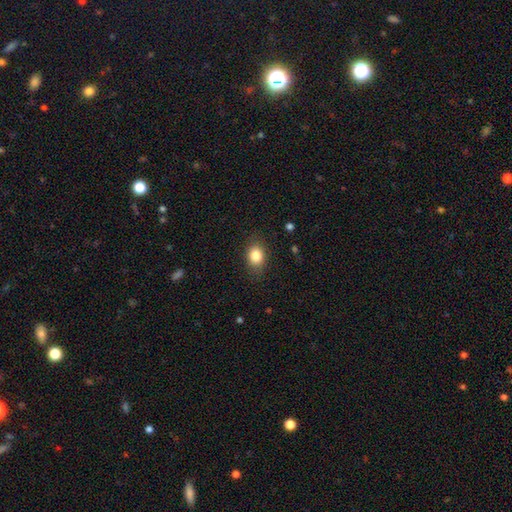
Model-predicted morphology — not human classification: Smooth or featured?
  - smooth: 83% *
  - star or artifact: 9%
  - featured or disk: 7%
How rounded?
  - in between: 65% *
  - round: 34%
  - cigar-shaped: 1%
Merging?
  - none: 83% *
  - minor disturbance: 13%
  - major disturbance: 4%
  - merger: 1%